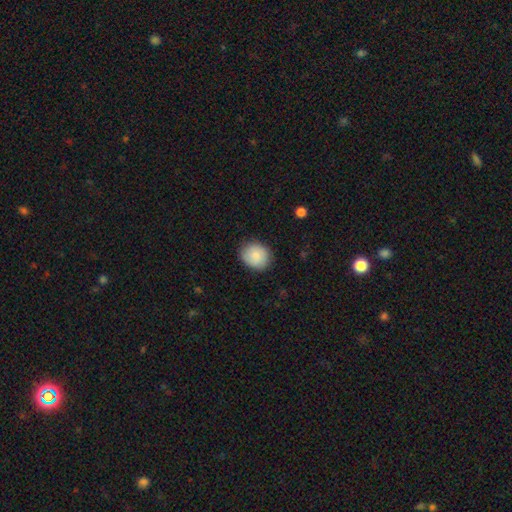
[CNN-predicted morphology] smooth_or_featured: smooth (p=0.84) [alt: featured or disk p=0.09]
how_rounded: round (p=0.74) [alt: in between p=0.25]
merging: none (p=0.84) [alt: minor disturbance p=0.12]